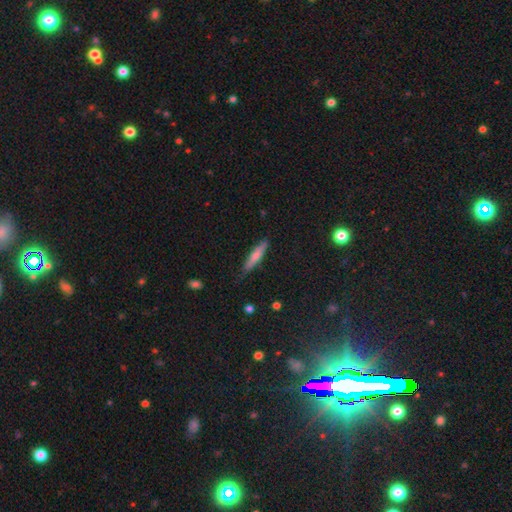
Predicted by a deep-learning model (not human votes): smooth_or_featured: smooth (p=0.68) [alt: featured or disk p=0.26]
how_rounded: cigar-shaped (p=0.87) [alt: in between p=0.12]
merging: none (p=0.81) [alt: minor disturbance p=0.15]